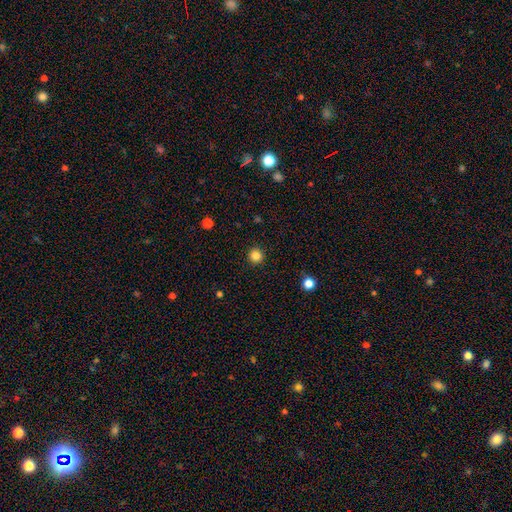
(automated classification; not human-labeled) Smooth or featured? Predicted: smooth (p=0.84). How rounded? Predicted: round (p=0.95). Merging? Predicted: none (p=0.93).